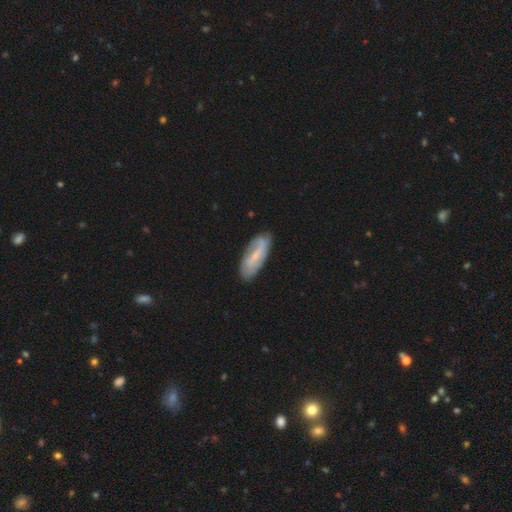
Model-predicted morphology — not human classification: The model was most divided on "bar": weak: 44%, strong: 31%, no: 25%. More confident: edge-on disk — no (85%); merging — none (78%); spiral arms — yes (74%); bulge size — small (64%); smooth or featured — featured or disk (59%).